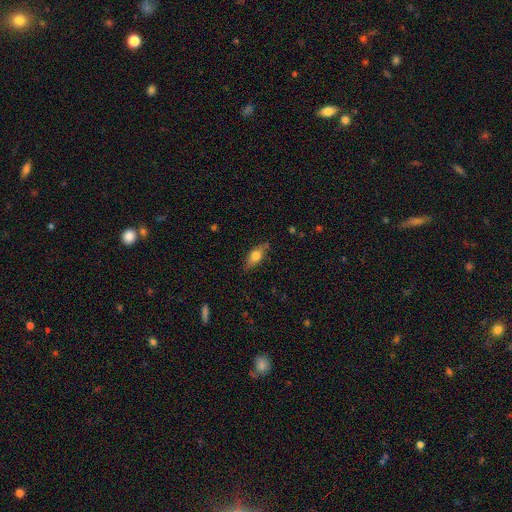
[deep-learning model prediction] A smooth galaxy with no disk features (66%) that is in between round and cigar-shaped (74%). Merging: none (78%).